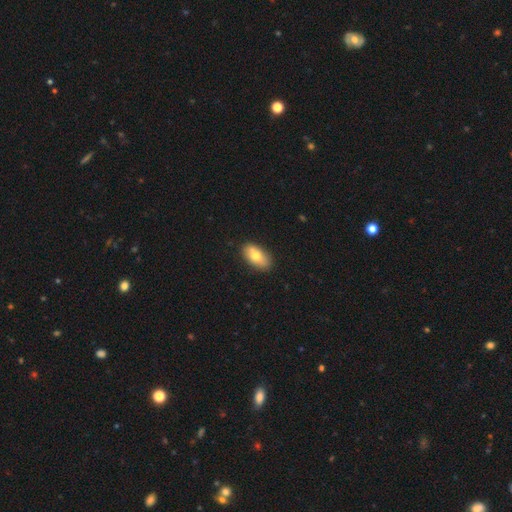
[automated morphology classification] smooth 70%, featured or disk 23%, star or artifact 7%. Down the decision tree: how rounded — in between (90%); merging — none (84%).